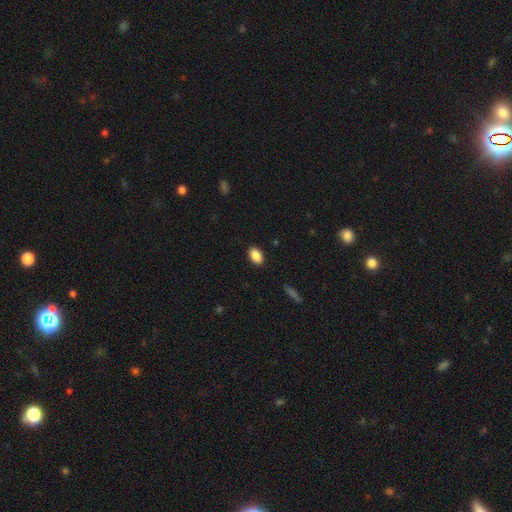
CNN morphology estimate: Smooth or featured?
  - smooth: 88% *
  - star or artifact: 7%
  - featured or disk: 4%
How rounded?
  - in between: 92% *
  - round: 6%
  - cigar-shaped: 2%
Merging?
  - none: 88% *
  - minor disturbance: 8%
  - major disturbance: 2%
  - merger: 1%